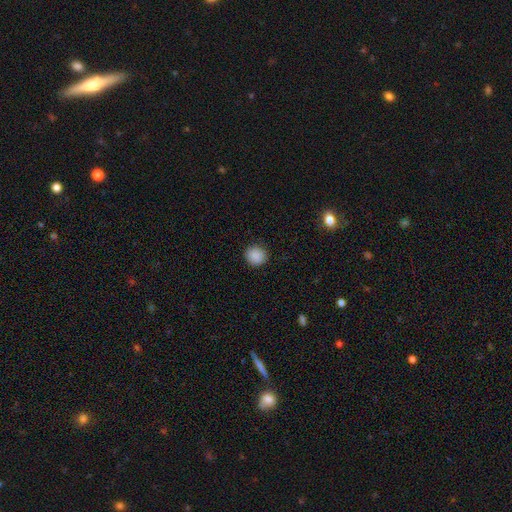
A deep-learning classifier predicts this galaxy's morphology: Smooth or featured? smooth (89%)
How rounded? round (90%)
Merging? none (90%)